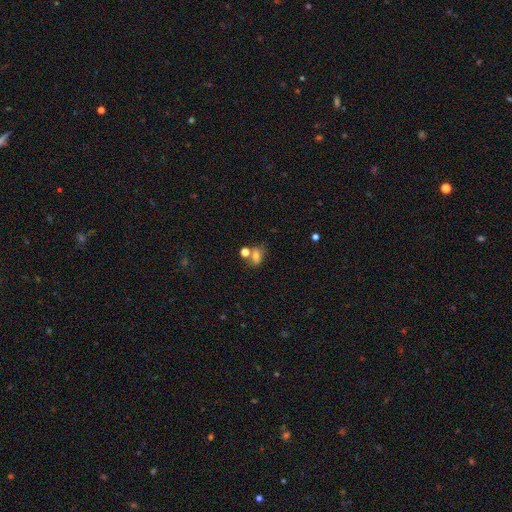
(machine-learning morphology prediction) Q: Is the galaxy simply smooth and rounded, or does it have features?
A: smooth — 69%.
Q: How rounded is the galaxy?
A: in between — 68%.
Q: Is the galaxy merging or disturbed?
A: none — 52%.